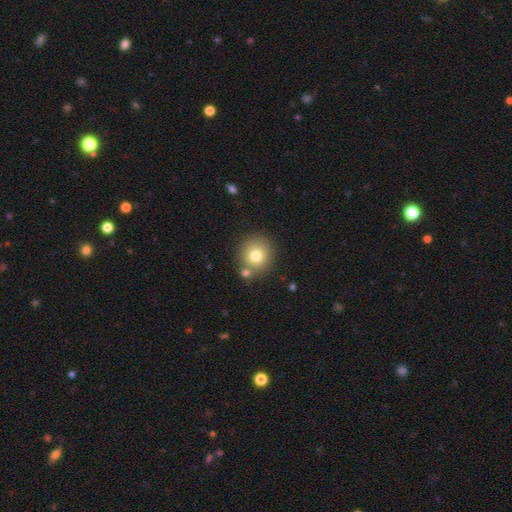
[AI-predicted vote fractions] Smooth or featured? Predicted: smooth (p=0.77). How rounded? Predicted: round (p=0.89). Merging? Predicted: none (p=0.72).